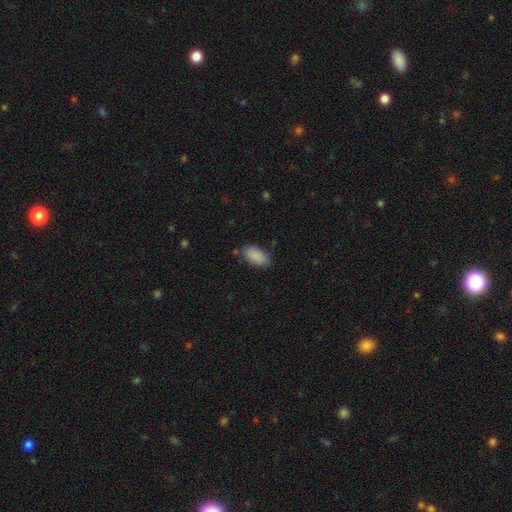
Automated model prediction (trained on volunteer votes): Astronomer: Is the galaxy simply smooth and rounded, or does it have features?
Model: smooth — 89%.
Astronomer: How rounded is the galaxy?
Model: in between — 93%.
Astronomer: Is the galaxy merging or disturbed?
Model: none — 79%.